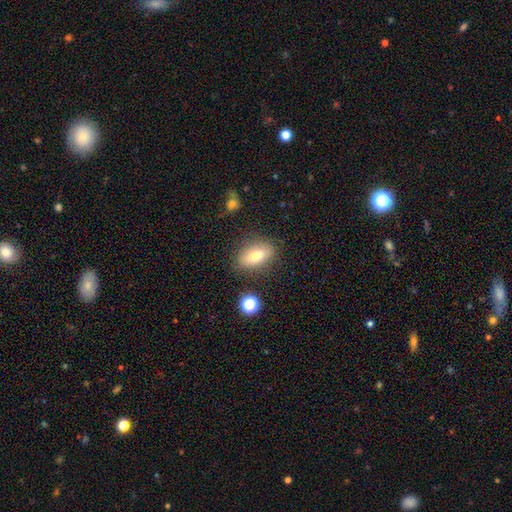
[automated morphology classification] type=smooth (71%); roundness=in between (83%); merging=none (81%).